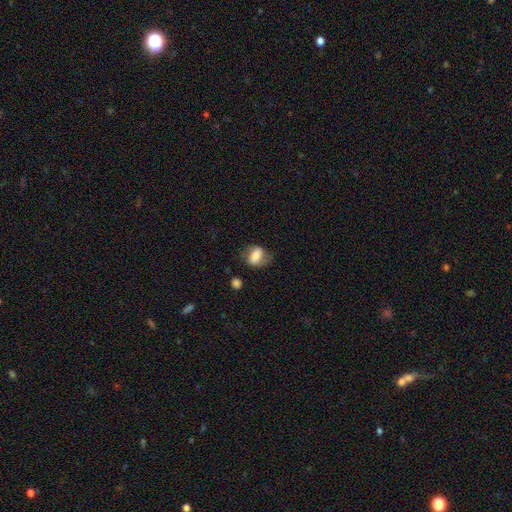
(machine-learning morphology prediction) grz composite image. It shows a smooth galaxy with no disk features (64%) that is in between round and cigar-shaped (72%). Merging: none (61%).